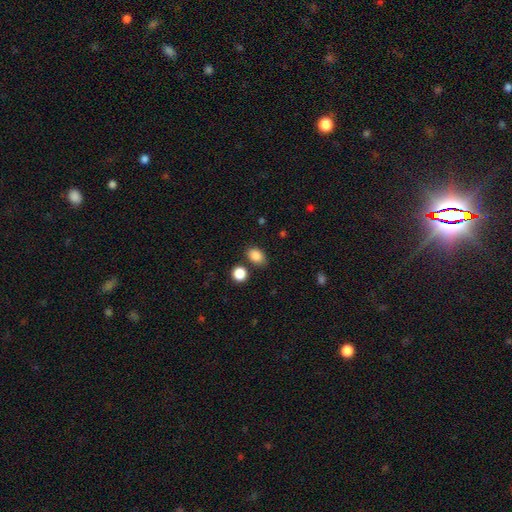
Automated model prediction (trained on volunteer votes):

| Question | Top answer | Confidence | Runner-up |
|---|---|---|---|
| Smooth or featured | smooth | 86% | star or artifact (9%) |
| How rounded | in between | 73% | round (26%) |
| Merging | none | 77% | minor disturbance (12%) |